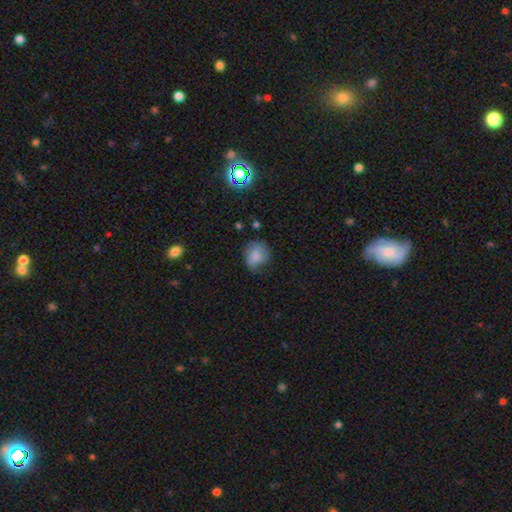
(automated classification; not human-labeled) smooth-or-featured: smooth: 76% | featured or disk: 14% | star or artifact: 10%
  how-rounded: round: 62% | in between: 37% | cigar-shaped: 1%
  merging: none: 56% | minor disturbance: 31% | major disturbance: 11% | merger: 2%